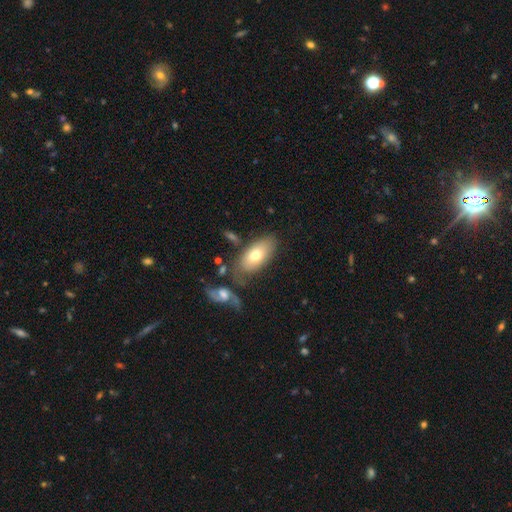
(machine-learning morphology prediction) Overall: smooth (68%). How rounded: in between (92%). Merging: none (63%).